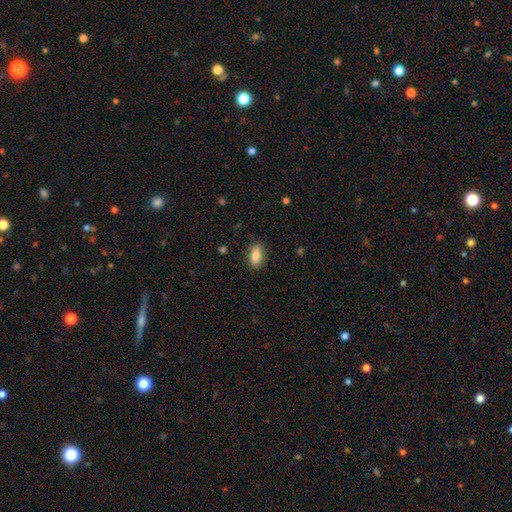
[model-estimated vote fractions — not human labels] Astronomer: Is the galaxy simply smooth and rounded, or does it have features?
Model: smooth — 84%.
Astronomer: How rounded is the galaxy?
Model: in between — 86%.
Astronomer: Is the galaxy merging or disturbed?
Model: none — 85%.